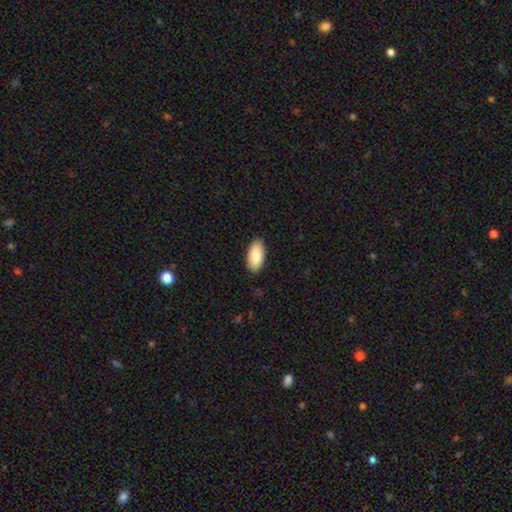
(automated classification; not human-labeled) A smooth galaxy with no disk features (84%) that is in between round and cigar-shaped (94%). Merging: none (89%).